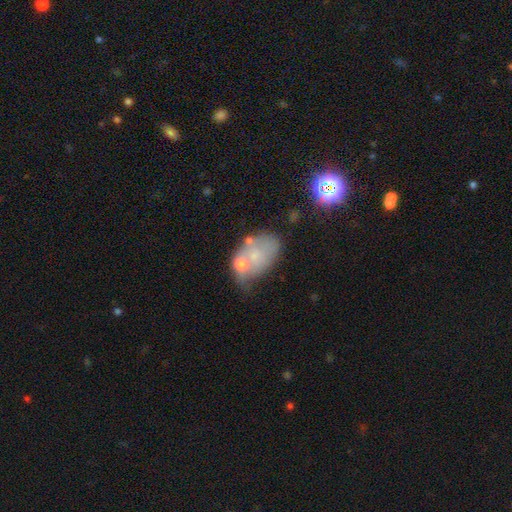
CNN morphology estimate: smooth 52%, featured or disk 36%, star or artifact 12%. Down the decision tree: how rounded — in between (85%); merging — merger (29%).